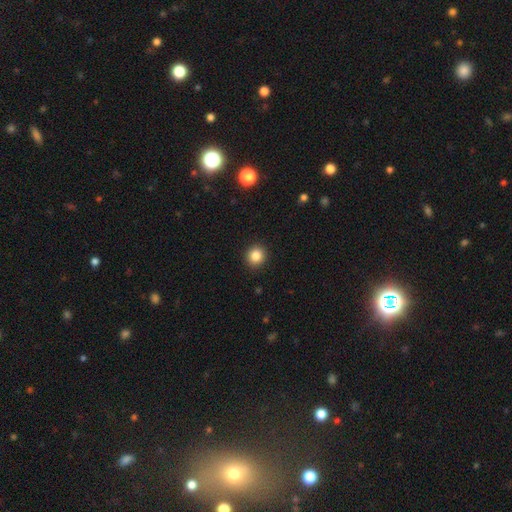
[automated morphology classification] smooth-or-featured: smooth: 85% | star or artifact: 11% | featured or disk: 5%
  how-rounded: round: 88% | in between: 11% | cigar-shaped: 1%
  merging: none: 92% | minor disturbance: 5% | major disturbance: 2% | merger: 1%